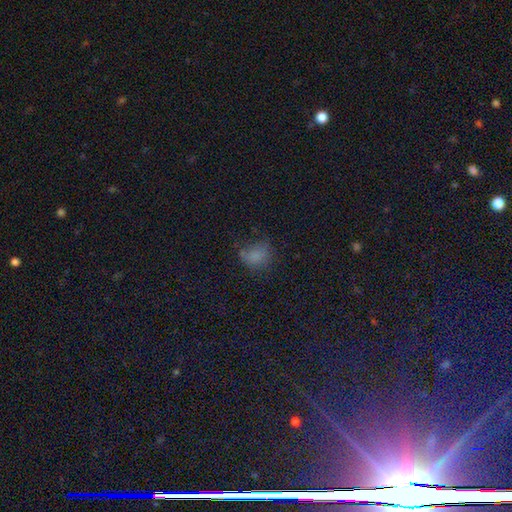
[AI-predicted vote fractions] The model was most divided on "how rounded": in between: 56%, round: 42%, cigar-shaped: 2%. More confident: smooth or featured — smooth (68%); merging — none (51%).